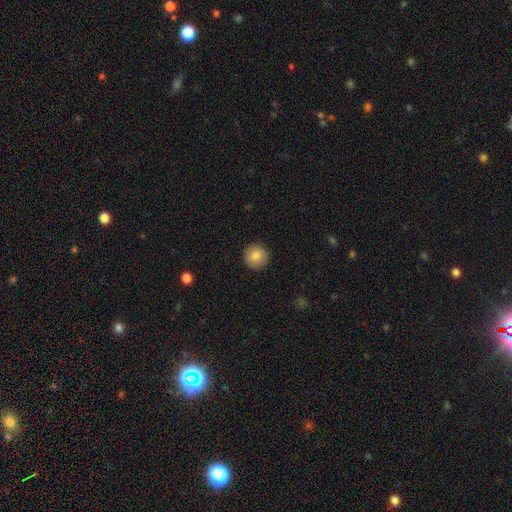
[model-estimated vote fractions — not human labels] The model was most divided on "smooth or featured": smooth: 85%, star or artifact: 8%, featured or disk: 7%. More confident: how rounded — round (95%); merging — none (92%).